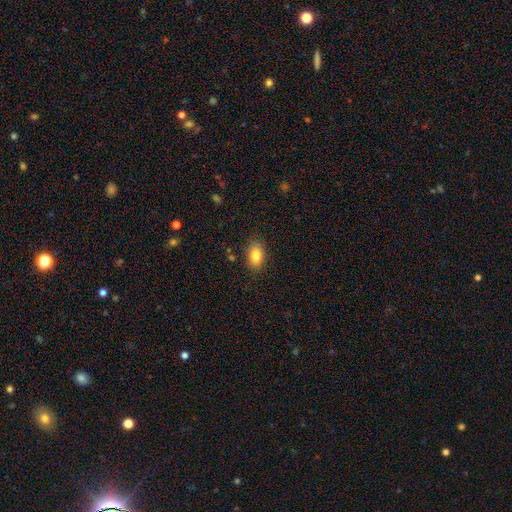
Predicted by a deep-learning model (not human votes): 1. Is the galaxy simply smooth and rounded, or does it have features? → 84% smooth, 8% star or artifact, 8% featured or disk.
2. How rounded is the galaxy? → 89% in between, 10% round, 2% cigar-shaped.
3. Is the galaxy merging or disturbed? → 85% none, 11% minor disturbance, 3% major disturbance, 1% merger.